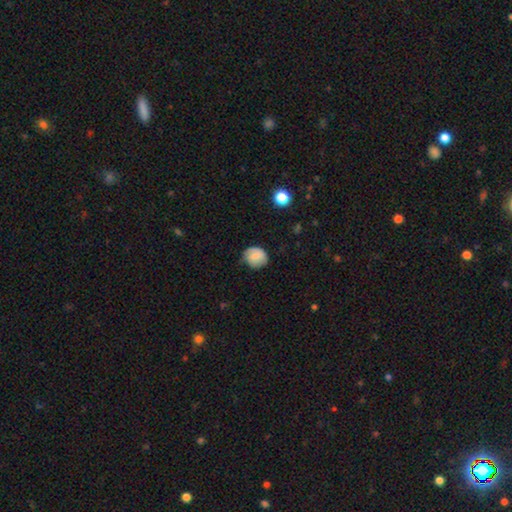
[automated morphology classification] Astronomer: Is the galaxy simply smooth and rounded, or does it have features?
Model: smooth — 64%.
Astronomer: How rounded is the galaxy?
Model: round — 75%.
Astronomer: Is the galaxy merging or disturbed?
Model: none — 64%.